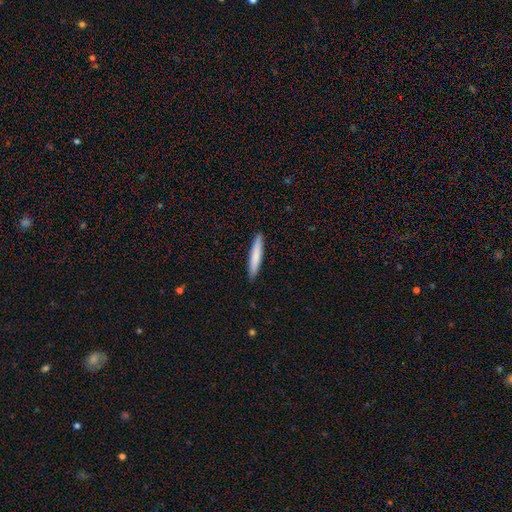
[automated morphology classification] The model was most divided on "smooth or featured": smooth: 78%, featured or disk: 17%, star or artifact: 5%. More confident: how rounded — cigar-shaped (94%); merging — none (92%).